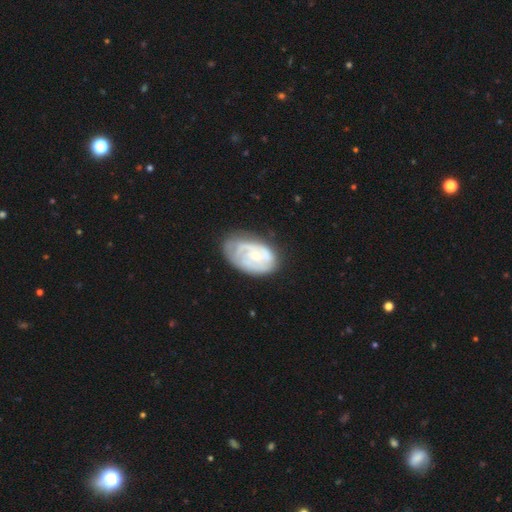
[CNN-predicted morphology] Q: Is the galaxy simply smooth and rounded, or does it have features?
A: featured or disk — 77%.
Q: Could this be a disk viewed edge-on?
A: no — 97%.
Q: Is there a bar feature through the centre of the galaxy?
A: no — 73%.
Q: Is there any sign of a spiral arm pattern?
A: yes — 87%.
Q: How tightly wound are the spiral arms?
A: tight — 63%.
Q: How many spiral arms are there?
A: can't tell — 38%.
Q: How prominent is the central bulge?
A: small — 57%.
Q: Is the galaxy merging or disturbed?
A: none — 57%.